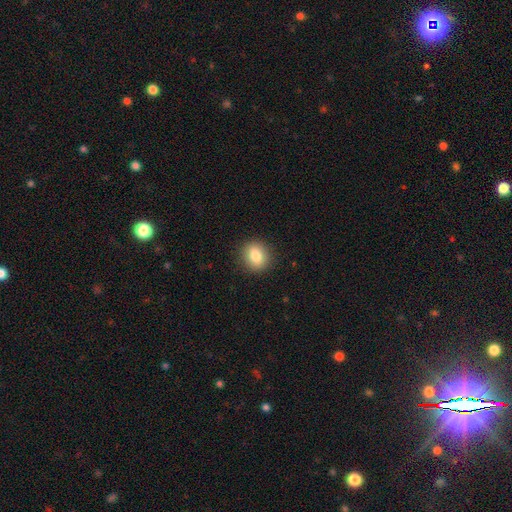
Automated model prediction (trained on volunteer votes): Smooth or featured? Predicted: smooth (p=0.82). How rounded? Predicted: round (p=0.76). Merging? Predicted: none (p=0.90).